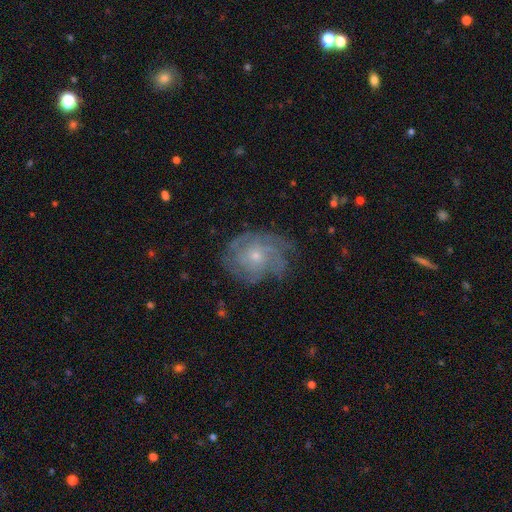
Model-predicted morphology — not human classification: featured or disk 78%, smooth 14%, star or artifact 8%. Down the decision tree: edge-on disk — no (97%); bar — no (80%); spiral arms — yes (92%); spiral arm count — can't tell (36%); spiral winding — tight (59%); bulge size — small (66%); merging — none (69%).